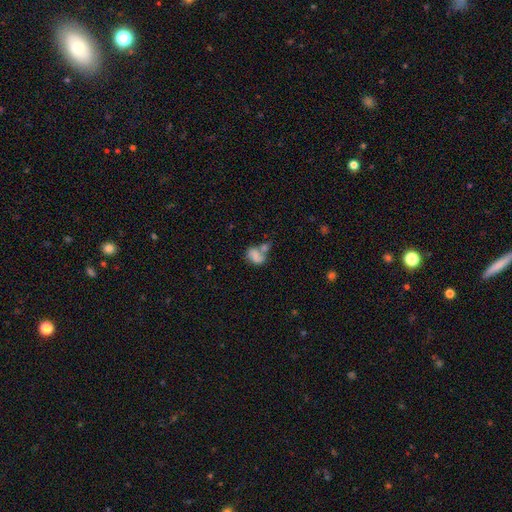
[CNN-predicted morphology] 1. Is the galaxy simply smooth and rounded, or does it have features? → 70% smooth, 19% featured or disk, 10% star or artifact.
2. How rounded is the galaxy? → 78% in between, 20% round, 2% cigar-shaped.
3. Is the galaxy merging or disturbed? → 55% merger, 21% none, 13% minor disturbance, 11% major disturbance.